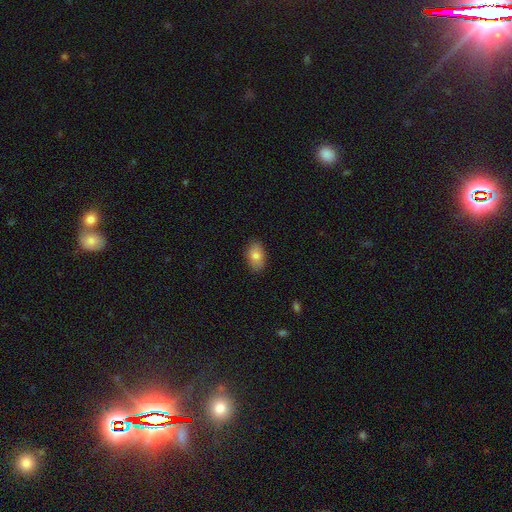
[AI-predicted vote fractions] smooth_or_featured: smooth (p=0.80) [alt: featured or disk p=0.12]
how_rounded: in between (p=0.89) [alt: round p=0.10]
merging: none (p=0.87) [alt: minor disturbance p=0.10]